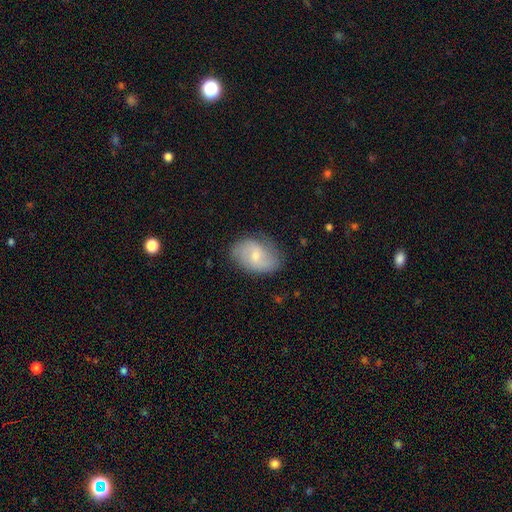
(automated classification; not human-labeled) A featured or disk galaxy (54%) with a weak bar (51%), spiral arms (83%) and a small central bulge (51%).

Vote fractions:
- Smooth or featured? featured or disk: 54% / smooth: 39% / star or artifact: 7%
- Edge-on disk? no: 96% / yes: 4%
- Bar? weak: 51% / no: 38% / strong: 11%
- Spiral arms? yes: 83% / no: 17%
- Bulge size? small: 51% / moderate: 44% / none: 3% / large: 2% / dominant: 1%
- Merging? none: 77% / minor disturbance: 18% / major disturbance: 5% / merger: 1%